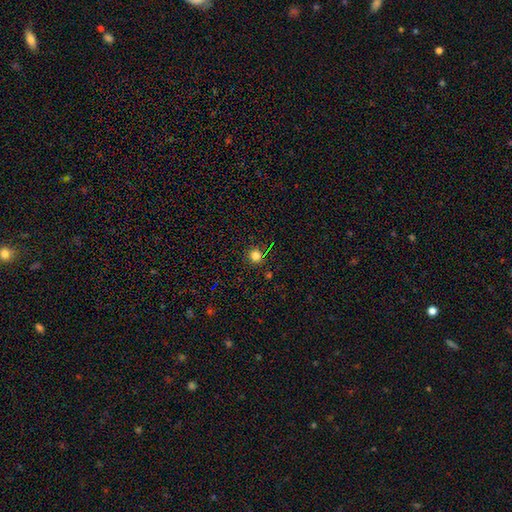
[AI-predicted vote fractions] Smooth or featured: smooth — 76% (star or artifact — 19%)
How rounded: round — 93% (in between — 6%)
Merging: none — 89% (minor disturbance — 7%)